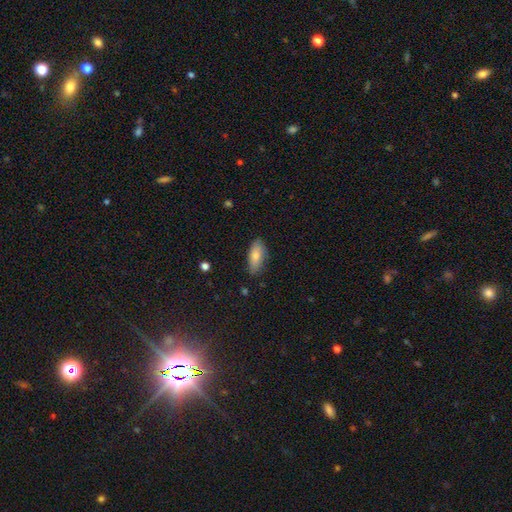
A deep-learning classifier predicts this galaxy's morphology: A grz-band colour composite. It shows a smooth galaxy with no disk features (79%) that is in between round and cigar-shaped (83%). Merging: none (81%).